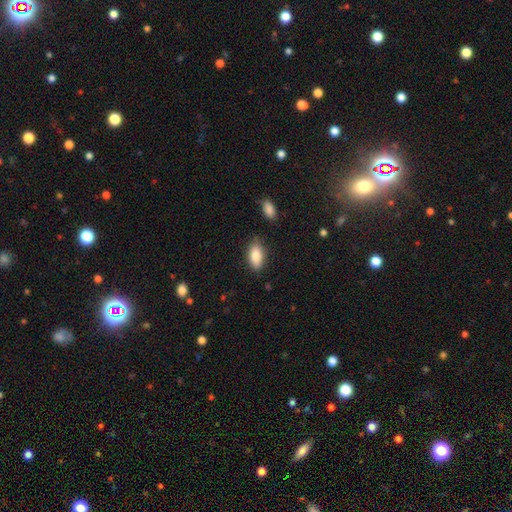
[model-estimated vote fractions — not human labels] This appears to be a smooth galaxy with no disk features (85%) that is in between round and cigar-shaped (89%). Merging: none (81%).